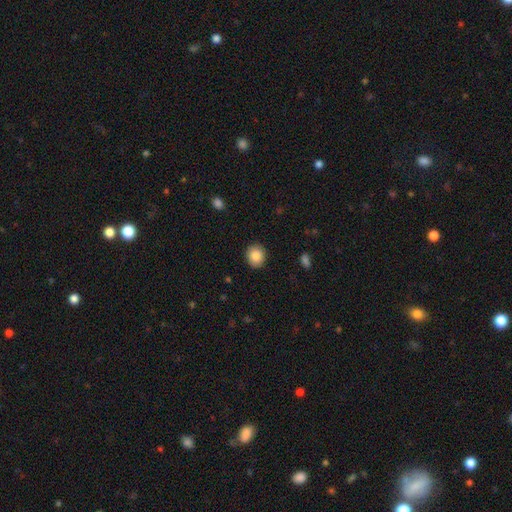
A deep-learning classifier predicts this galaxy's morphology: Smooth or featured?
  - smooth: 87% *
  - star or artifact: 8%
  - featured or disk: 5%
How rounded?
  - round: 73% *
  - in between: 26%
  - cigar-shaped: 1%
Merging?
  - none: 90% *
  - minor disturbance: 7%
  - major disturbance: 2%
  - merger: 1%